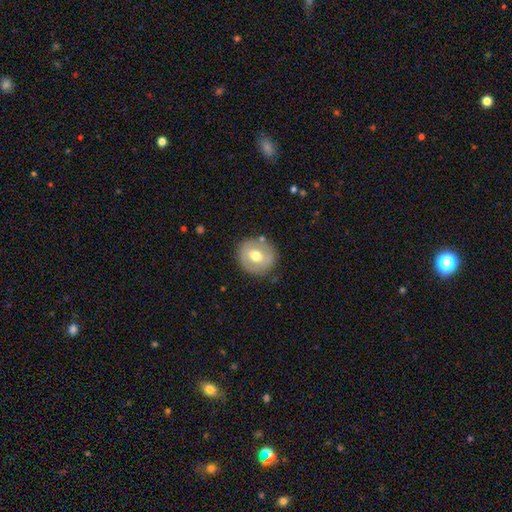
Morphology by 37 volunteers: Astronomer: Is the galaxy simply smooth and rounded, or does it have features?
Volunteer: smooth — 54% (runner-up: featured or disk, 43%).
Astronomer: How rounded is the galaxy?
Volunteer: round — 85%.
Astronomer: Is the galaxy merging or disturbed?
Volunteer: none — 78%.